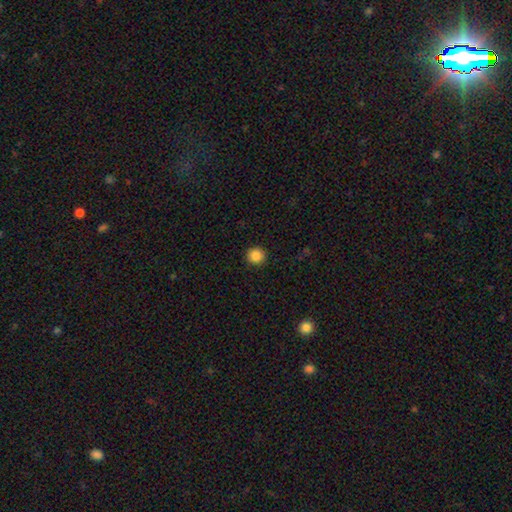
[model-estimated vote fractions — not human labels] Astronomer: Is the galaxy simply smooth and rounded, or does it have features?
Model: smooth — 87%.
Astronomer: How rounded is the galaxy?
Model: round — 93%.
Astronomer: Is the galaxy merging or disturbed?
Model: none — 92%.